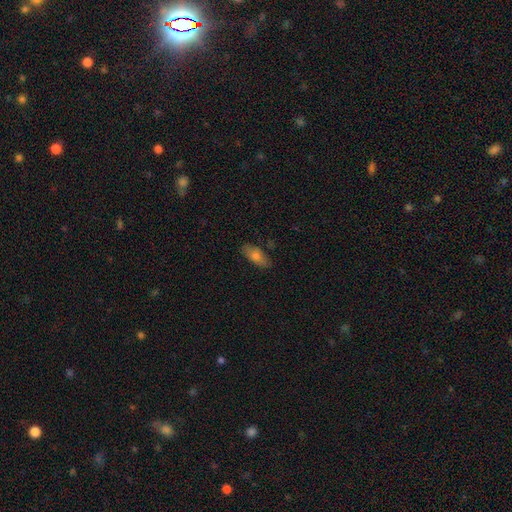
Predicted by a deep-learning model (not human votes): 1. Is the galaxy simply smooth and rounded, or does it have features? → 73% smooth, 19% featured or disk, 7% star or artifact.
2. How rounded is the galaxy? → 83% in between, 14% cigar-shaped, 3% round.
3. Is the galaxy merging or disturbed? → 84% none, 12% minor disturbance, 2% major disturbance, 1% merger.